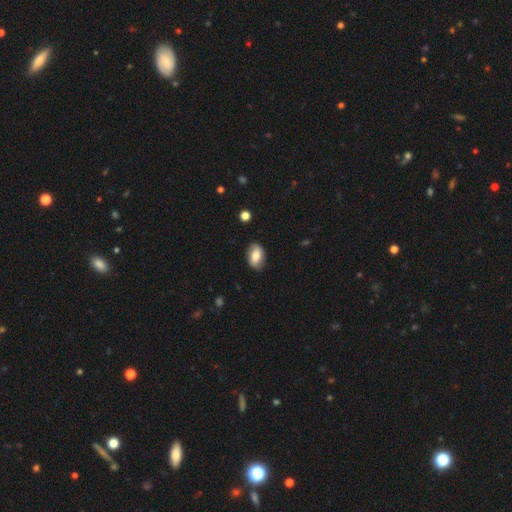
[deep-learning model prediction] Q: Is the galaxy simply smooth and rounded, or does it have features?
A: smooth — 75%.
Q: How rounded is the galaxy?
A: in between — 90%.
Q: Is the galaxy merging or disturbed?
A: none — 85%.